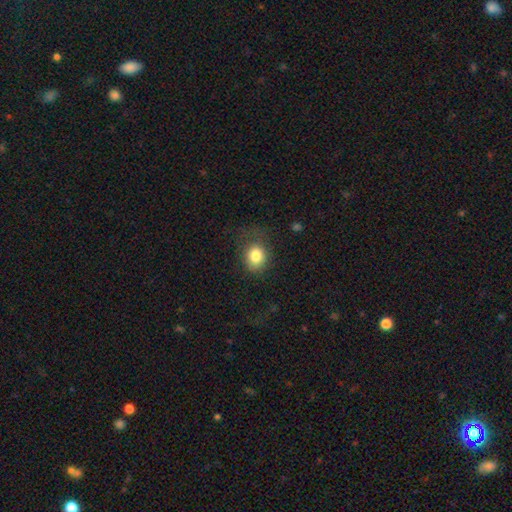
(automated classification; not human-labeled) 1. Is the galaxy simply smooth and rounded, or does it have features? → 82% smooth, 10% star or artifact, 8% featured or disk.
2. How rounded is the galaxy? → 65% round, 34% in between, 1% cigar-shaped.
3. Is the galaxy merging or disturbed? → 66% none, 20% minor disturbance, 13% major disturbance, 1% merger.